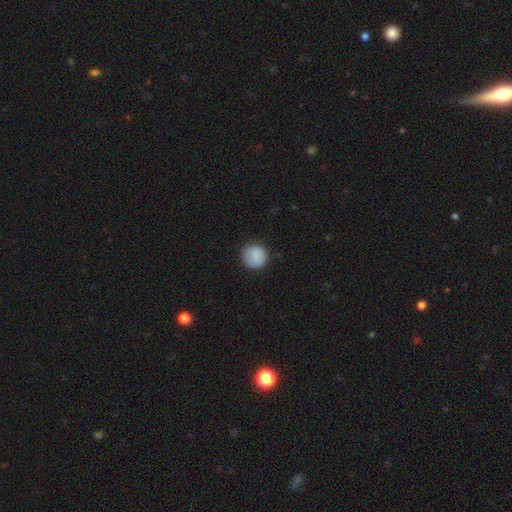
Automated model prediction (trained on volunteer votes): Smooth or featured?
  - smooth: 87% *
  - star or artifact: 8%
  - featured or disk: 5%
How rounded?
  - round: 93% *
  - in between: 6%
  - cigar-shaped: 1%
Merging?
  - none: 86% *
  - minor disturbance: 10%
  - major disturbance: 3%
  - merger: 1%